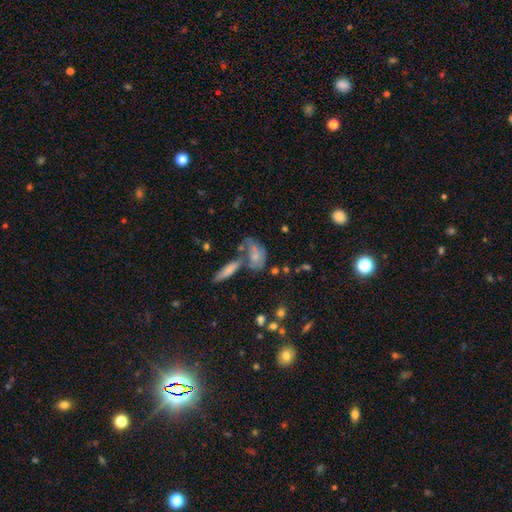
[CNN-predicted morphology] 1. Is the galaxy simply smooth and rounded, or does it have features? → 63% smooth, 27% featured or disk, 10% star or artifact.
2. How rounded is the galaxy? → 77% in between, 12% round, 11% cigar-shaped.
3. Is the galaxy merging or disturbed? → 38% merger, 34% none, 17% minor disturbance, 11% major disturbance.